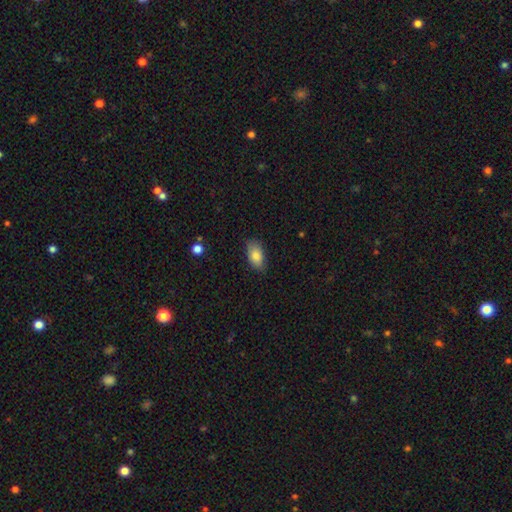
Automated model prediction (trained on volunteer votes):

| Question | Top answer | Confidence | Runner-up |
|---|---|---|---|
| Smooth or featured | smooth | 84% | featured or disk (9%) |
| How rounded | in between | 92% | round (5%) |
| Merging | none | 77% | minor disturbance (18%) |